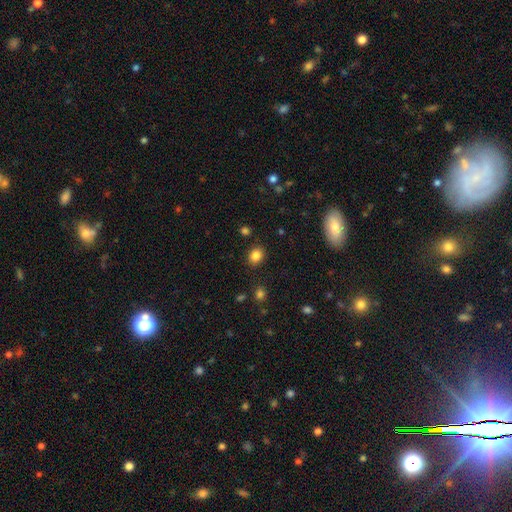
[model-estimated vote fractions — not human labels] The model was most divided on "how rounded": round: 55%, in between: 44%, cigar-shaped: 1%. More confident: merging — none (87%); smooth or featured — smooth (84%).